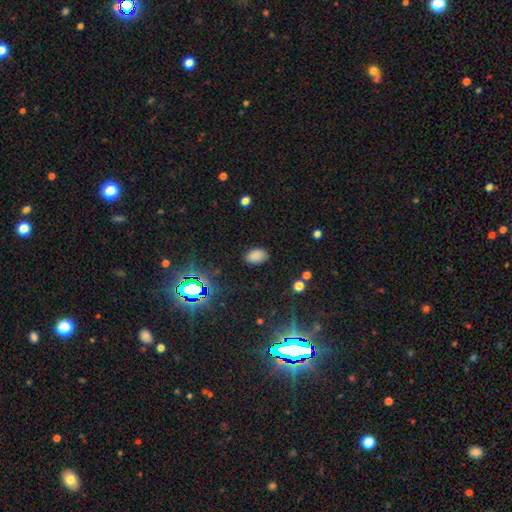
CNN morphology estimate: smooth 81%, star or artifact 15%, featured or disk 4%. Down the decision tree: how rounded — in between (87%); merging — none (85%).